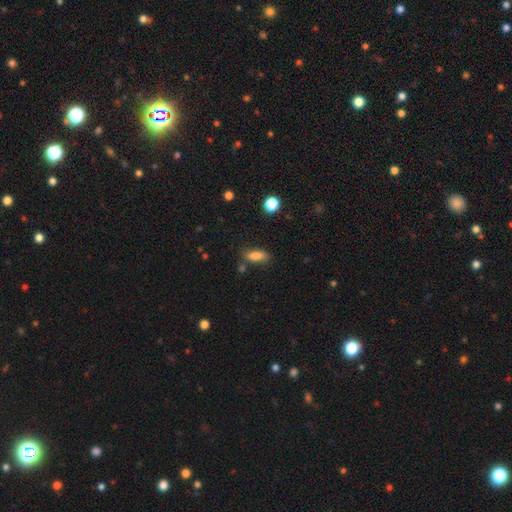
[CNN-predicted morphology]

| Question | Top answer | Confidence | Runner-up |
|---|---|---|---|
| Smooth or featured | smooth | 83% | star or artifact (9%) |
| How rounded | in between | 75% | cigar-shaped (21%) |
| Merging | none | 72% | minor disturbance (18%) |